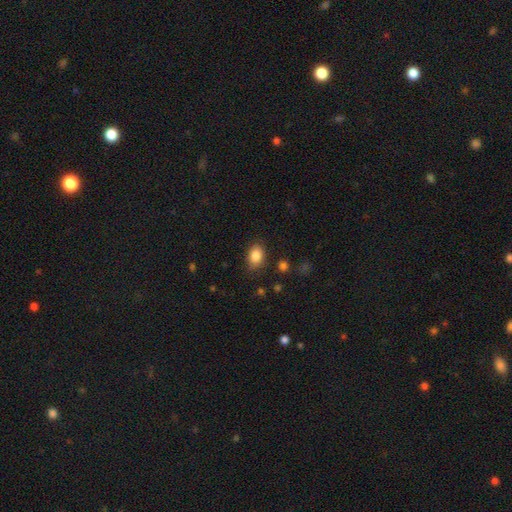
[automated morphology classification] smooth 86%, star or artifact 9%, featured or disk 5%. Down the decision tree: how rounded — in between (79%); merging — none (82%).